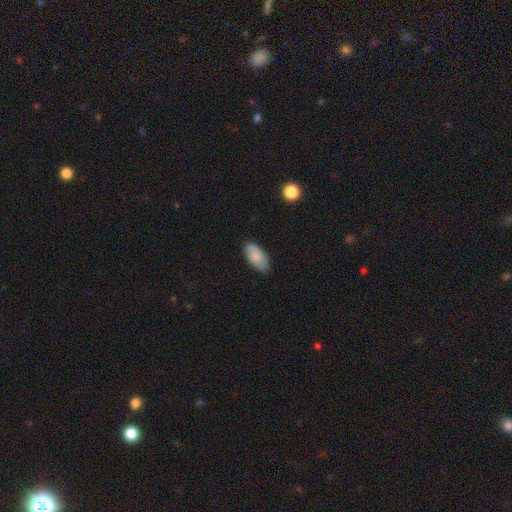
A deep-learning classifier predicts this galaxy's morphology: Overall: smooth (83%). How rounded: in between (93%). Merging: none (79%).